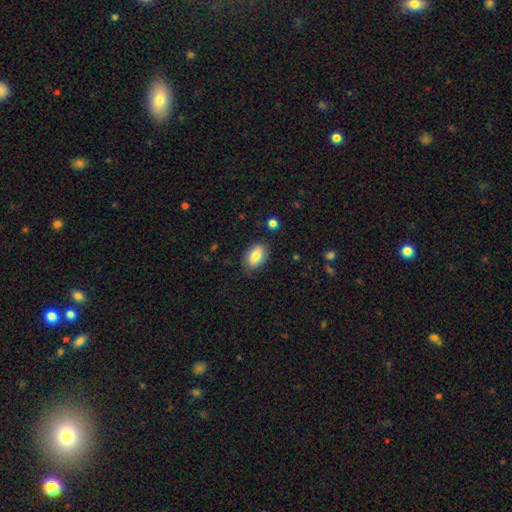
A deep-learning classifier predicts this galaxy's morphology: Smooth or featured? smooth (81%)
How rounded? in between (90%)
Merging? none (81%)